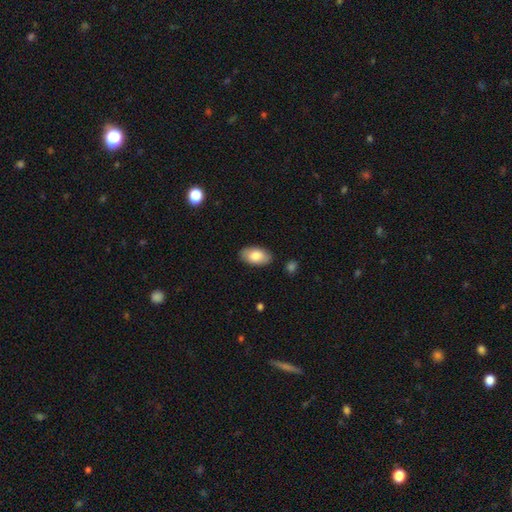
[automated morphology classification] Smooth or featured? smooth (81%)
How rounded? in between (94%)
Merging? none (86%)